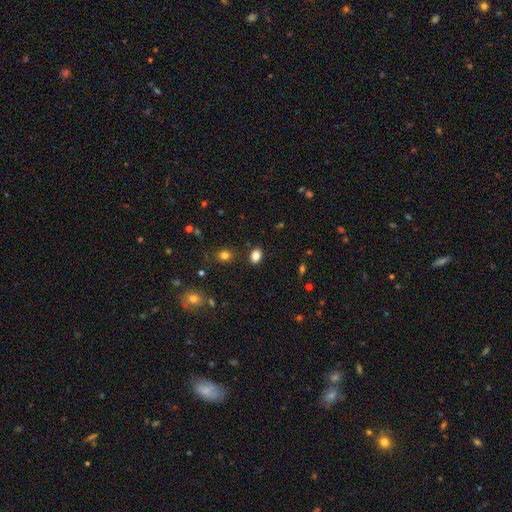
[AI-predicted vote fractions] Overall: smooth (85%). How rounded: in between (77%). Merging: none (85%).